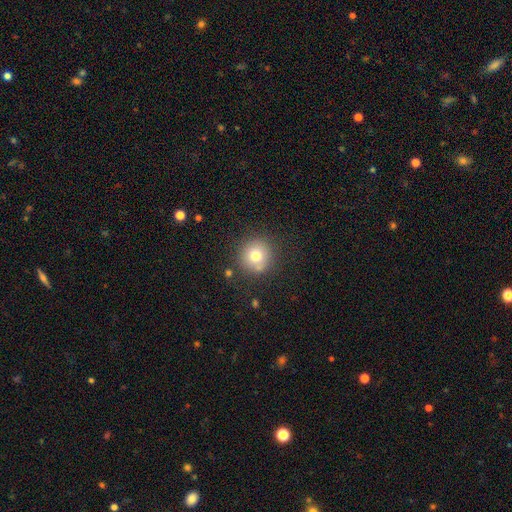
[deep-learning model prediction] smooth 74%, featured or disk 13%, star or artifact 13%. Down the decision tree: how rounded — round (94%); merging — none (81%).